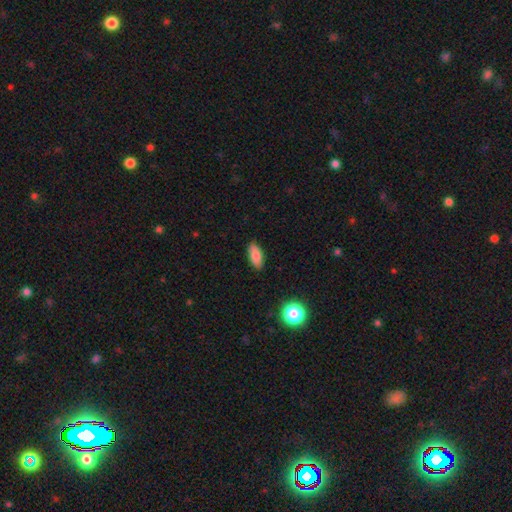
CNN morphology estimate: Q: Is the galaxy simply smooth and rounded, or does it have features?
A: smooth — 85%.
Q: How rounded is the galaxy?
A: in between — 83%.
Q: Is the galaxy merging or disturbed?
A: none — 87%.